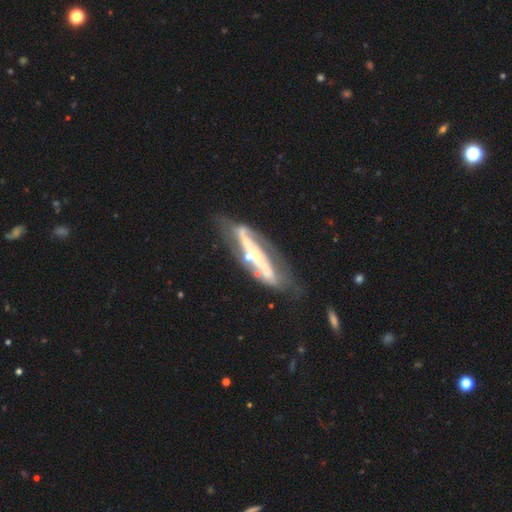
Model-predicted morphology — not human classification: smooth_or_featured: featured or disk (p=0.78) [alt: smooth p=0.15]
disk_edge_on: no (p=0.66) [alt: yes p=0.34]
bar: no (p=0.47) [alt: strong p=0.32]
has_spiral_arms: yes (p=0.65) [alt: no p=0.35]
bulge_size: small (p=0.60) [alt: moderate p=0.25]
merging: none (p=0.50) [alt: minor disturbance p=0.23]